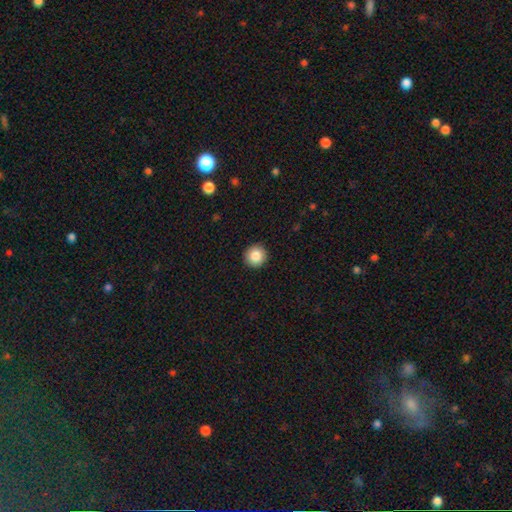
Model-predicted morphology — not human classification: This is clearly a smooth galaxy (86%). How rounded: clearly round (95%). Merging: clearly none (92%).